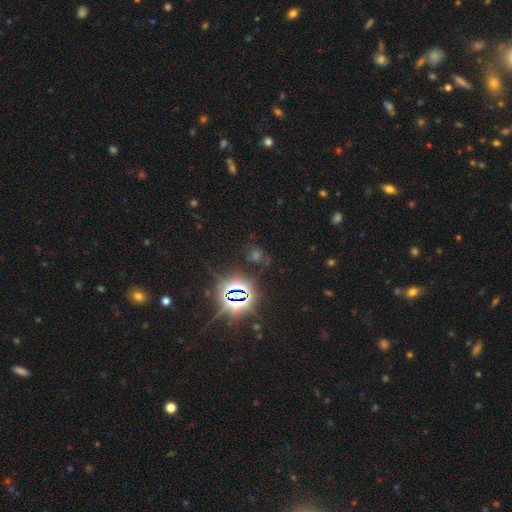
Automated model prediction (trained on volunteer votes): smooth_or_featured: star or artifact (p=0.75) [alt: smooth p=0.17]